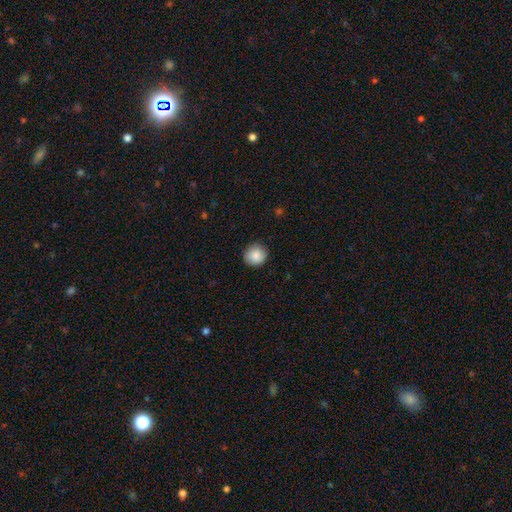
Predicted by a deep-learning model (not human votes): A smooth galaxy with no disk features (87%) that is round (91%).

Vote fractions:
- Smooth or featured? smooth: 87% / star or artifact: 8% / featured or disk: 5%
- How rounded? round: 91% / in between: 8% / cigar-shaped: 1%
- Merging? none: 88% / minor disturbance: 9% / major disturbance: 2% / merger: 1%